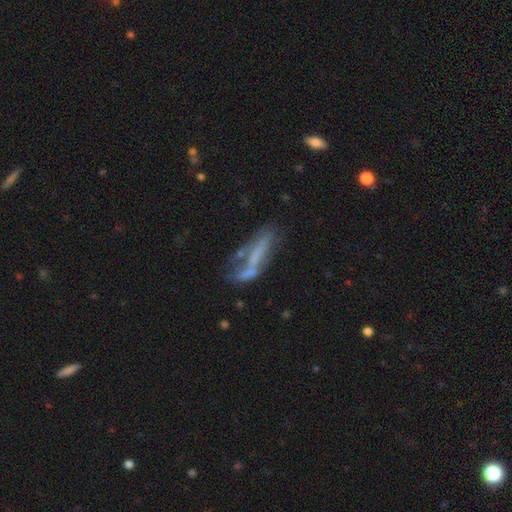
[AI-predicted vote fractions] Q: Smooth or featured?
A: featured or disk (48%); runner-up: smooth (40%)
Q: Merging?
A: none (39%); runner-up: minor disturbance (22%)